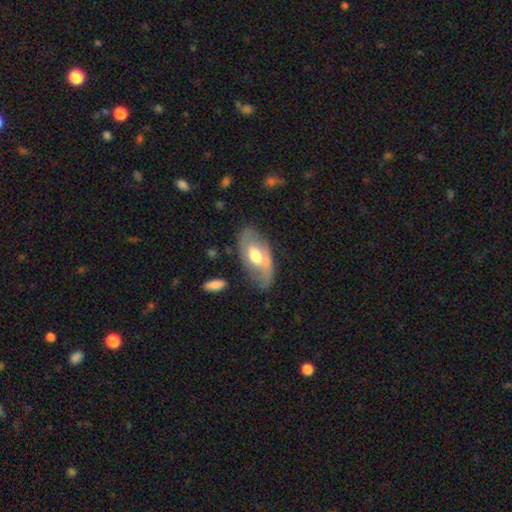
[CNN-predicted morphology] A featured or disk galaxy (62%) with no bar (59%), spiral arms (65%) and a moderate central bulge (70%). Merging: none (61%).